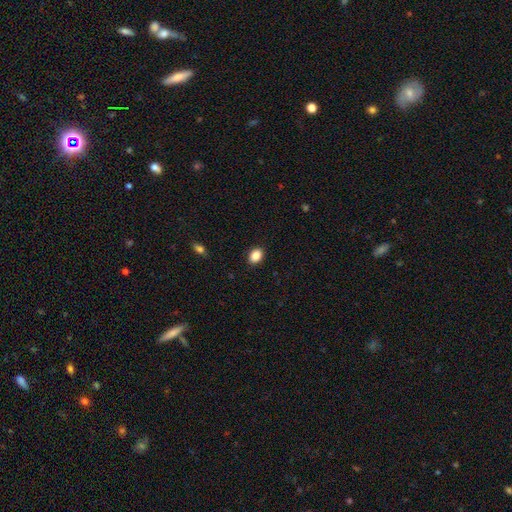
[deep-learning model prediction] This is clearly a smooth galaxy (89%). How rounded: likely in between (74%). Merging: clearly none (90%).